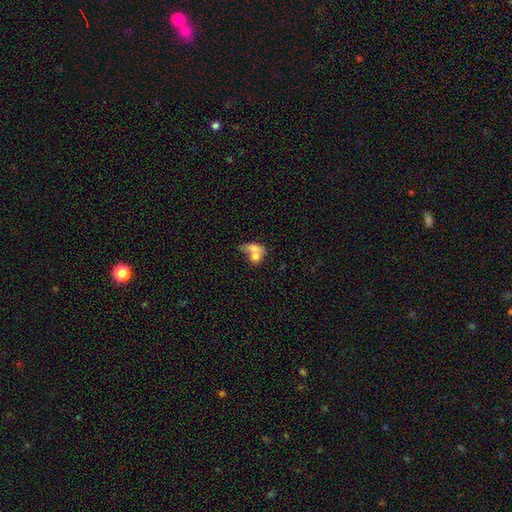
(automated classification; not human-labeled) Smooth or featured?
  - smooth: 71% *
  - featured or disk: 20%
  - star or artifact: 9%
How rounded?
  - in between: 66% *
  - round: 29%
  - cigar-shaped: 5%
Merging?
  - merger: 63% *
  - none: 18%
  - major disturbance: 11%
  - minor disturbance: 8%